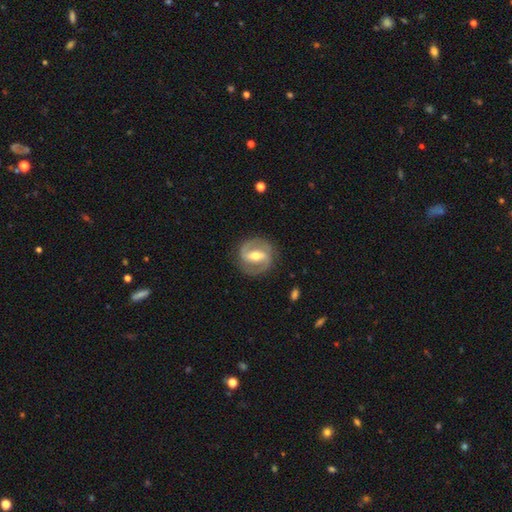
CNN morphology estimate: featured or disk 83%, smooth 13%, star or artifact 5%. Down the decision tree: edge-on disk — no (96%); bar — strong (55%); spiral arms — yes (89%); spiral arm count — 2 (90%); spiral winding — medium (48%); bulge size — moderate (69%); merging — none (85%).